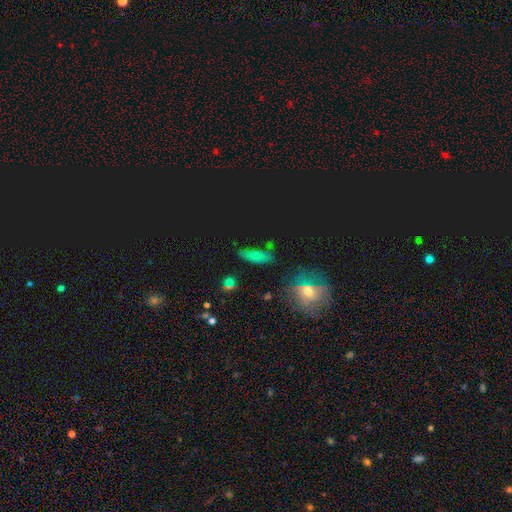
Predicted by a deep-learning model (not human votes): smooth_or_featured: smooth (p=0.48) [alt: star or artifact p=0.38]
merging: none (p=0.71) [alt: minor disturbance p=0.17]